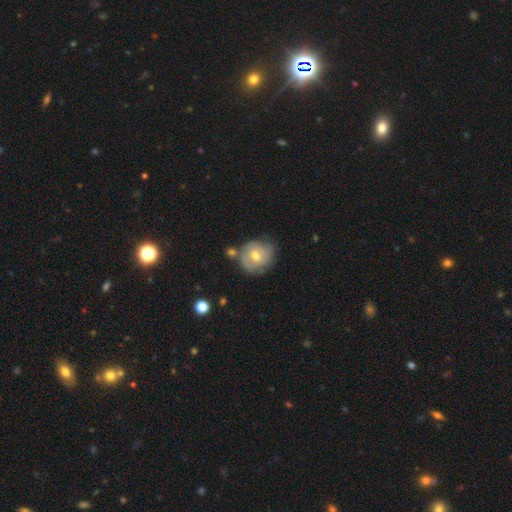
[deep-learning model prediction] Smooth or featured?
  - featured or disk: 52% *
  - smooth: 41%
  - star or artifact: 6%
Edge-on disk?
  - no: 97% *
  - yes: 3%
Bar?
  - no: 56% *
  - weak: 37%
  - strong: 7%
Spiral arms?
  - yes: 70% *
  - no: 30%
Bulge size?
  - moderate: 68% *
  - small: 27%
  - large: 3%
  - none: 1%
  - dominant: 1%
Merging?
  - none: 60% *
  - minor disturbance: 22%
  - merger: 11%
  - major disturbance: 7%